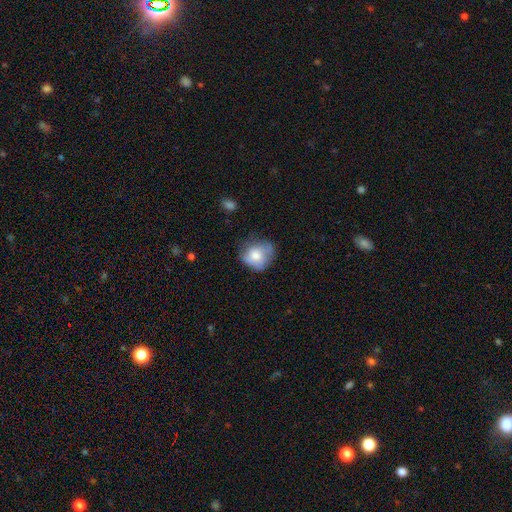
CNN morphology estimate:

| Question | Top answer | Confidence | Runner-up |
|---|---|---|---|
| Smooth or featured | smooth | 67% | featured or disk (25%) |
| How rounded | round | 69% | in between (30%) |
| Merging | none | 51% | minor disturbance (32%) |